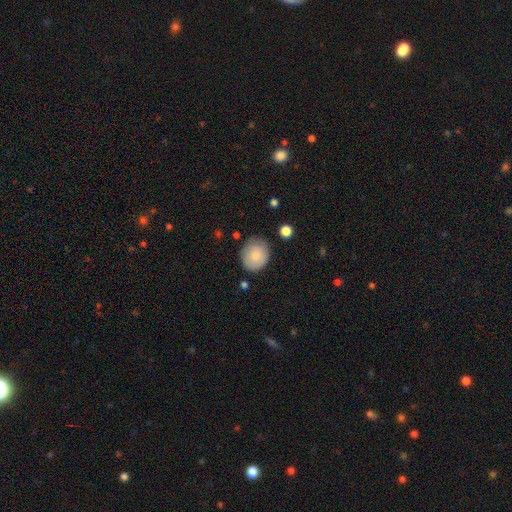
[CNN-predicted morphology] Smooth or featured? Predicted: smooth (p=0.83). How rounded? Predicted: round (p=0.68). Merging? Predicted: none (p=0.74).